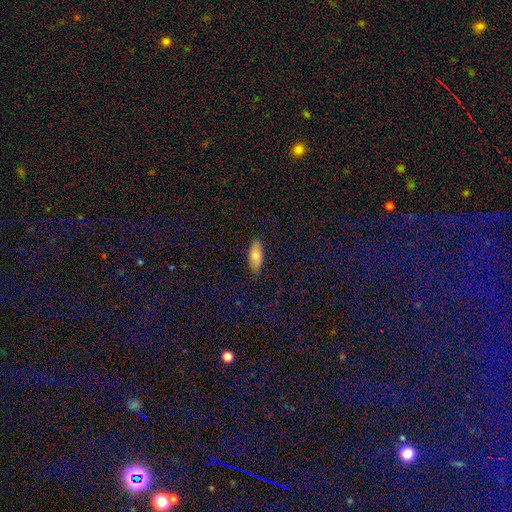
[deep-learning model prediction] Overall: smooth (80%). How rounded: in between (77%). Merging: none (85%).